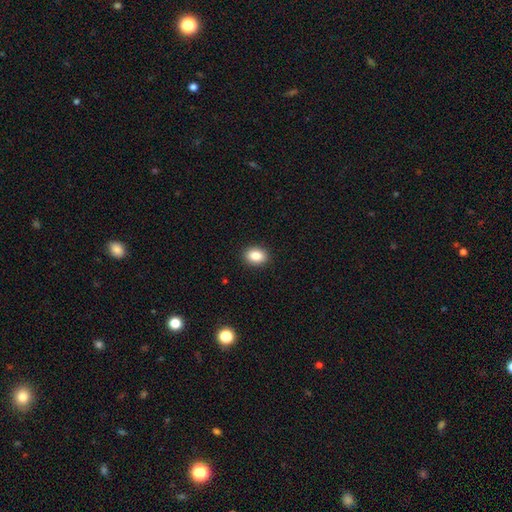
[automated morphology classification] Smooth or featured? smooth (85%)
How rounded? in between (64%)
Merging? none (91%)